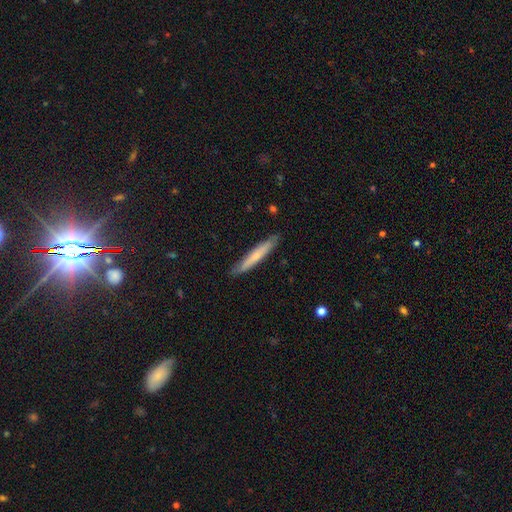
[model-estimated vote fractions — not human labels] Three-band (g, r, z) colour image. It shows a smooth galaxy with no disk features (60%) that is cigar-shaped (95%). Merging: none (87%).